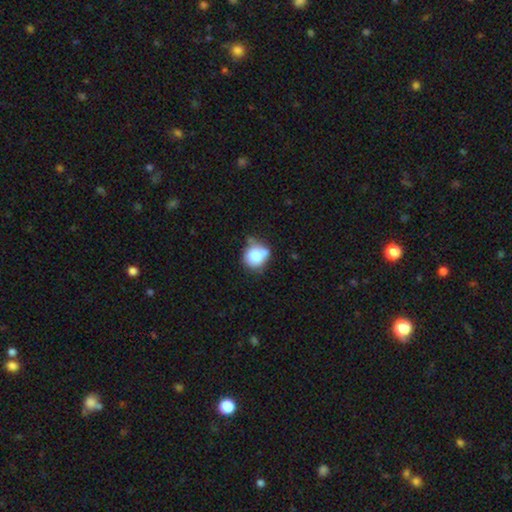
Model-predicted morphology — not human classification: A smooth galaxy with no disk features (75%) that is round (81%). Merging: none (52%).